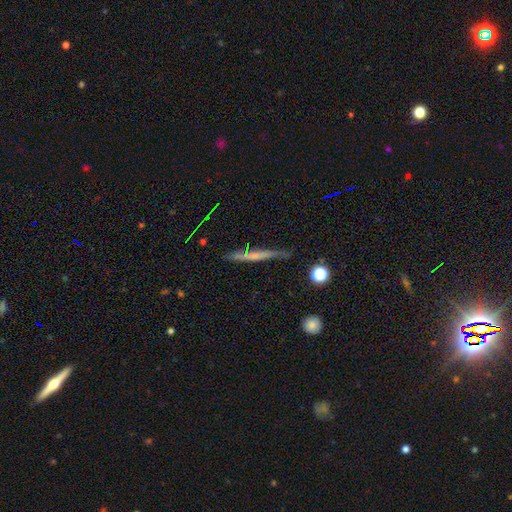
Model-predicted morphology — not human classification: type=featured or disk (49%); merging=none (85%).